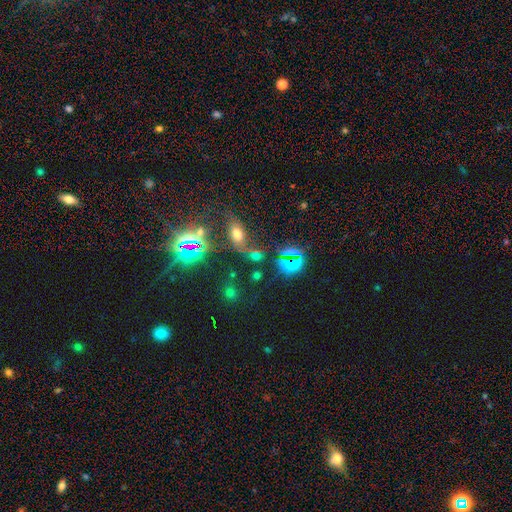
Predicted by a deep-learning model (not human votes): This is possibly a star or artifact rather than a galaxy (45%).